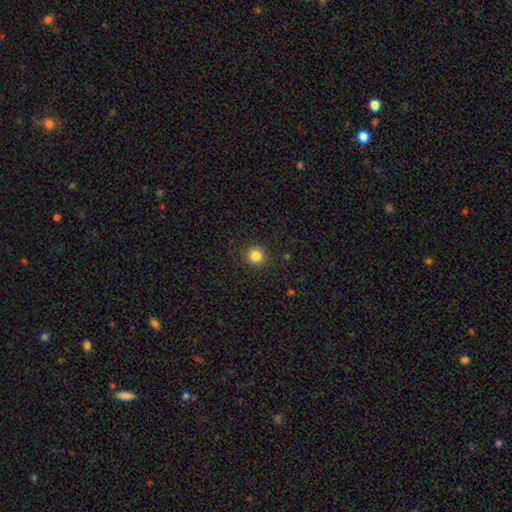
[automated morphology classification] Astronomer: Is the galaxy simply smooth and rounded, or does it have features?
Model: smooth — 83%.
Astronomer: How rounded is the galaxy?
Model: round — 92%.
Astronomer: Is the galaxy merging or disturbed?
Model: none — 91%.